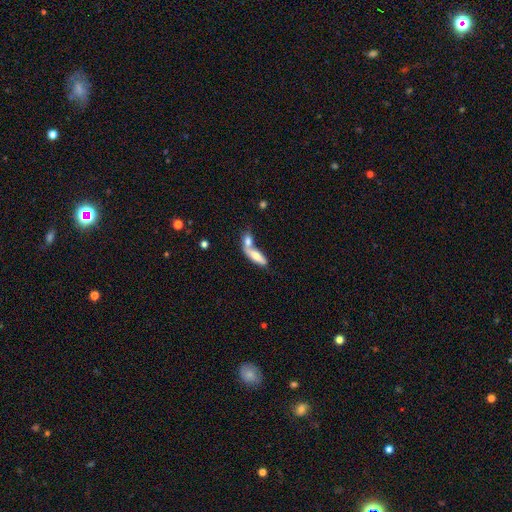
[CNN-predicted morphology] This appears to be a smooth galaxy with no disk features (68%) that is in between round and cigar-shaped (54%). Merging: merger (63%).